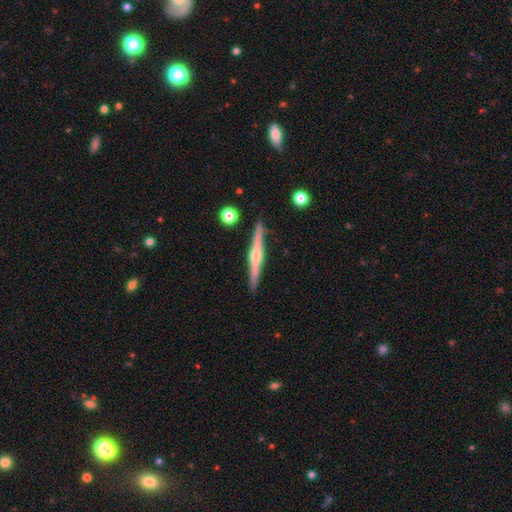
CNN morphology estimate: The model was most divided on "smooth or featured": featured or disk: 77%, smooth: 18%, star or artifact: 5%. More confident: edge-on disk — yes (98%); merging — none (90%); edge-on bulge — rounded (86%).